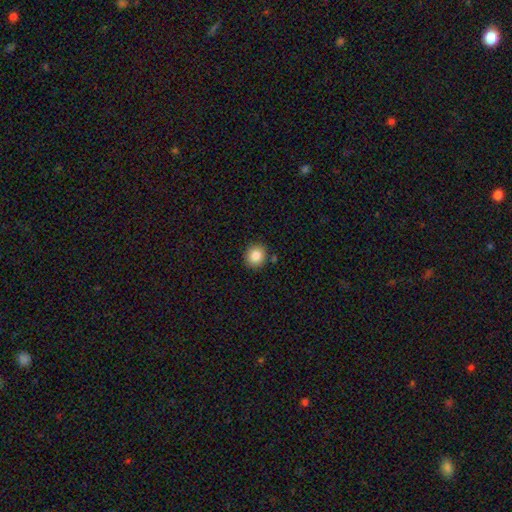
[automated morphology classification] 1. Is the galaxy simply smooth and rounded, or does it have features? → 86% smooth, 9% star or artifact, 5% featured or disk.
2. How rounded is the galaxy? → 80% round, 19% in between, 1% cigar-shaped.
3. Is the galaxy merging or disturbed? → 87% none, 8% minor disturbance, 3% merger, 2% major disturbance.